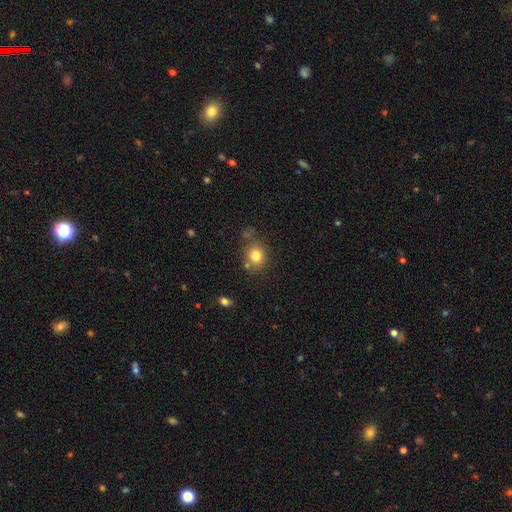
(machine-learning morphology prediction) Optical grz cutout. It shows a smooth galaxy with no disk features (81%) that is round (76%). Merging: none (72%).